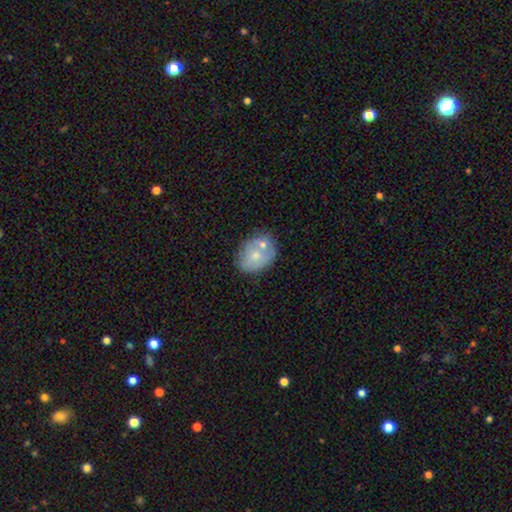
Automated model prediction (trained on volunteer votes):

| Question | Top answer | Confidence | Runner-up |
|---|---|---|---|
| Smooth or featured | smooth | 60% | featured or disk (33%) |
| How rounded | in between | 61% | round (38%) |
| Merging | none | 48% | merger (26%) |